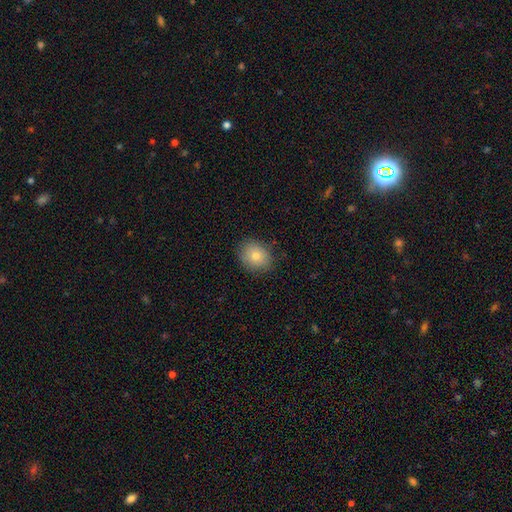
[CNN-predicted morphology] A smooth galaxy with no disk features (79%) that is round (57%). Merging: none (85%).